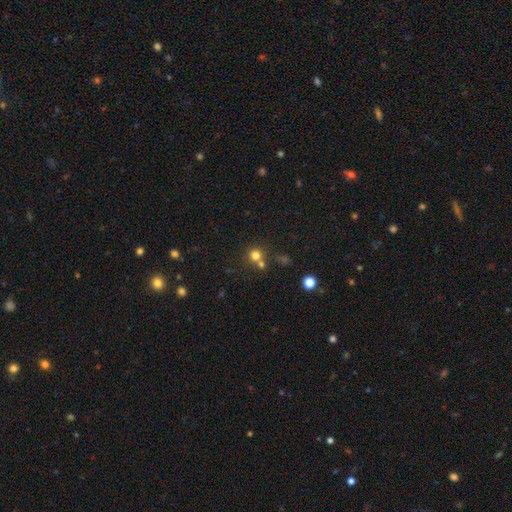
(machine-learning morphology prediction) Smooth or featured: smooth — 76% (star or artifact — 16%)
How rounded: round — 90% (in between — 9%)
Merging: none — 61% (merger — 28%)